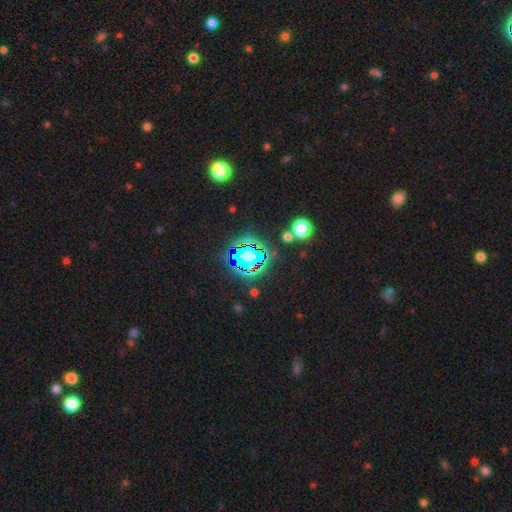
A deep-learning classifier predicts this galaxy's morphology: star or artifact 78%, smooth 14%, featured or disk 8%.